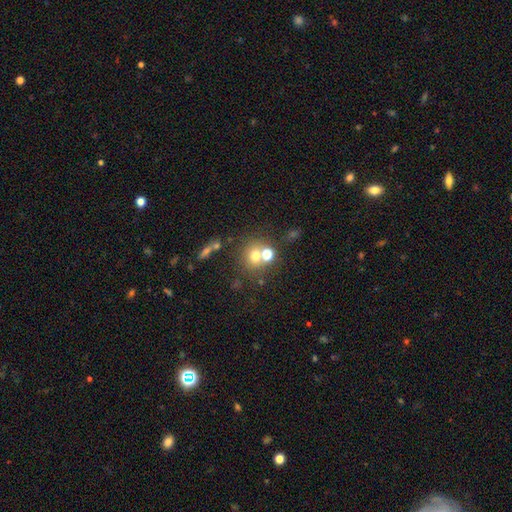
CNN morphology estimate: smooth_or_featured: smooth (p=0.66) [alt: star or artifact p=0.18]
how_rounded: round (p=0.85) [alt: in between p=0.14]
merging: none (p=0.54) [alt: merger p=0.33]